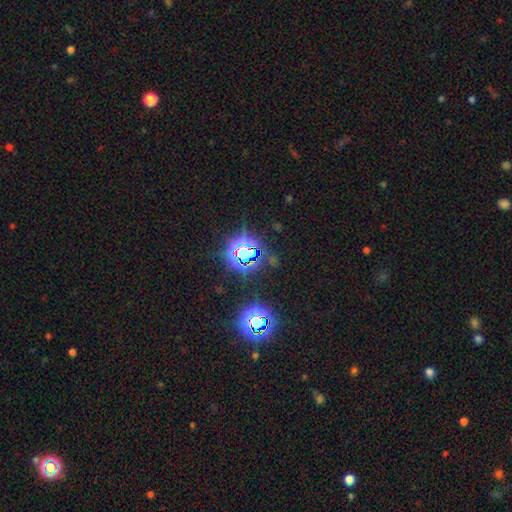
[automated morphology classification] This is likely a star or artifact rather than a galaxy (78%).